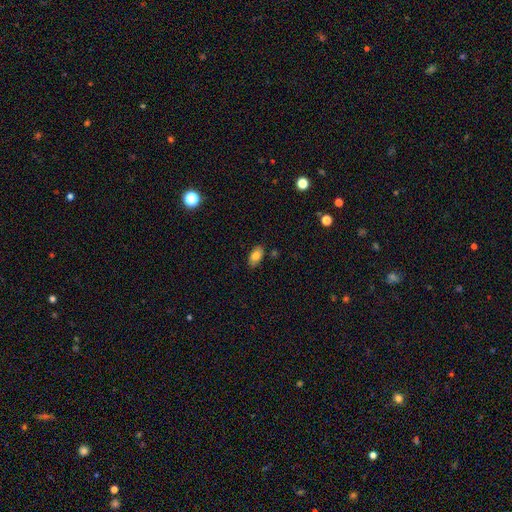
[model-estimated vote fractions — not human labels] smooth-or-featured: smooth: 81% | featured or disk: 11% | star or artifact: 8%
  how-rounded: in between: 92% | round: 4% | cigar-shaped: 3%
  merging: none: 82% | minor disturbance: 13% | major disturbance: 3% | merger: 2%